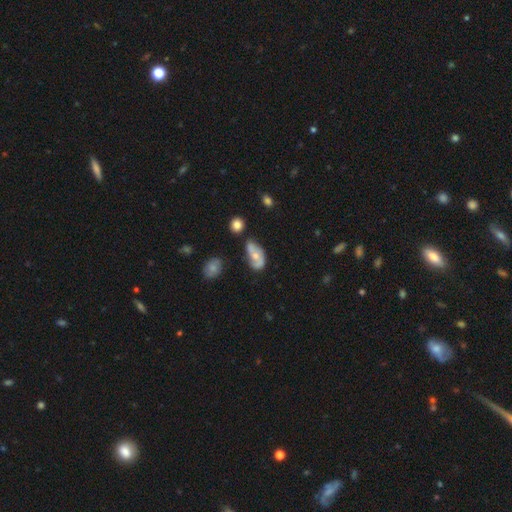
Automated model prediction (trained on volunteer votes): Smooth or featured? Predicted: featured or disk (p=0.50). Edge-on disk? Predicted: no (p=0.93). Merging? Predicted: none (p=0.49).